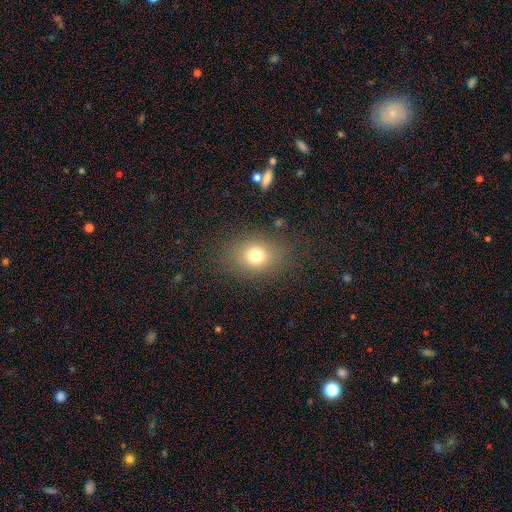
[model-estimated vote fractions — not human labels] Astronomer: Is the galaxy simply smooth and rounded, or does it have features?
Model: smooth — 74%.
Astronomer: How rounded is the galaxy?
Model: in between — 50% (runner-up: round, 49%).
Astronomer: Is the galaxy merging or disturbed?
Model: none — 80%.